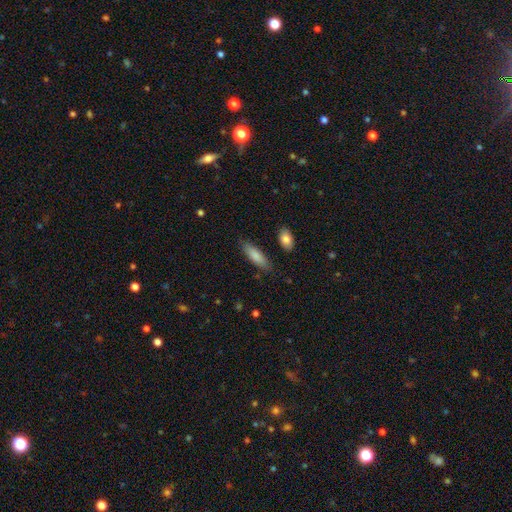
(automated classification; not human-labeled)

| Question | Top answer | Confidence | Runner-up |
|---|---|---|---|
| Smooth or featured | smooth | 84% | featured or disk (10%) |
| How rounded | in between | 51% | cigar-shaped (47%) |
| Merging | none | 82% | minor disturbance (12%) |